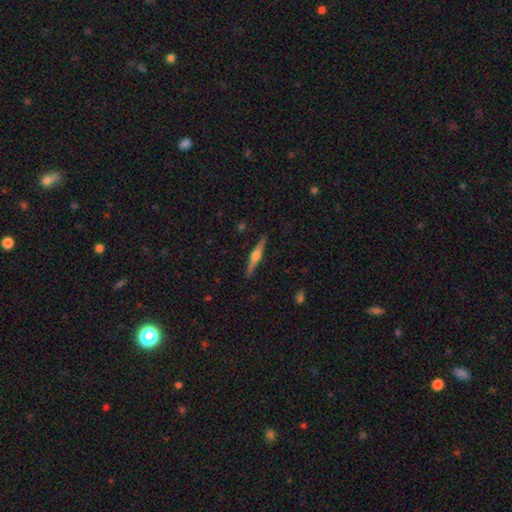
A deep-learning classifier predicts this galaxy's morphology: Smooth or featured? featured or disk (77%)
Edge-on disk? yes (98%)
Edge-on bulge? rounded (93%)
Merging? none (91%)